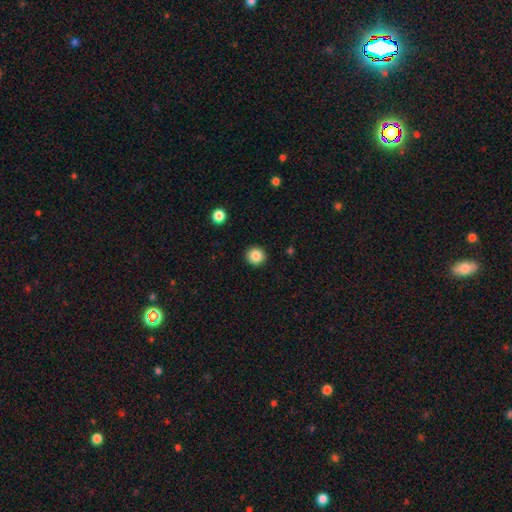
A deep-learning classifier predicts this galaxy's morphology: Smooth or featured: smooth — 85% (star or artifact — 10%)
How rounded: round — 94% (in between — 5%)
Merging: none — 92% (minor disturbance — 5%)